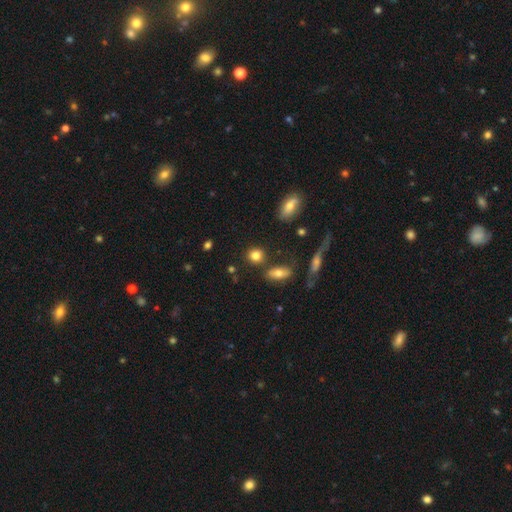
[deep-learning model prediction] Overall: smooth (82%). How rounded: round (74%). Merging: none (78%).